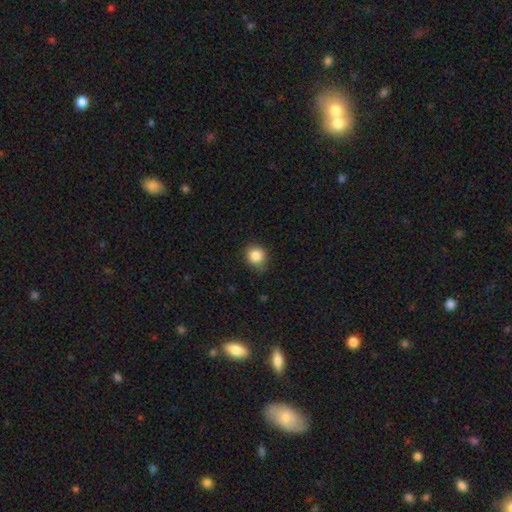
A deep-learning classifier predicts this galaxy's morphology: A smooth galaxy with no disk features (85%) that is round (84%).

Vote fractions:
- Smooth or featured? smooth: 85% / star or artifact: 10% / featured or disk: 5%
- How rounded? round: 84% / in between: 15% / cigar-shaped: 1%
- Merging? none: 73% / minor disturbance: 22% / major disturbance: 4% / merger: 1%